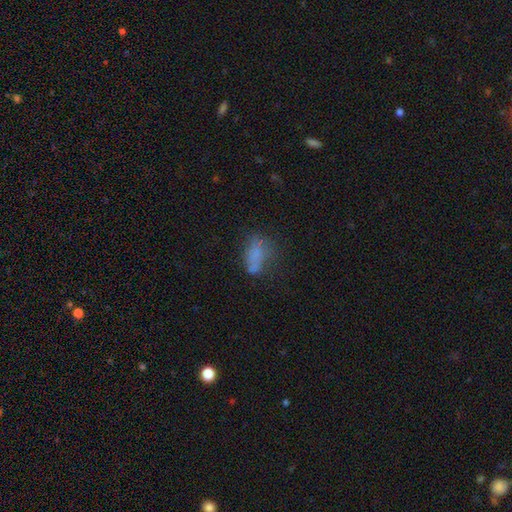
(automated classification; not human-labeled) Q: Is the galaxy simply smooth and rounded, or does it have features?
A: smooth — 63%.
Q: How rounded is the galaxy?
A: in between — 82%.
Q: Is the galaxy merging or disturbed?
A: none — 36%.